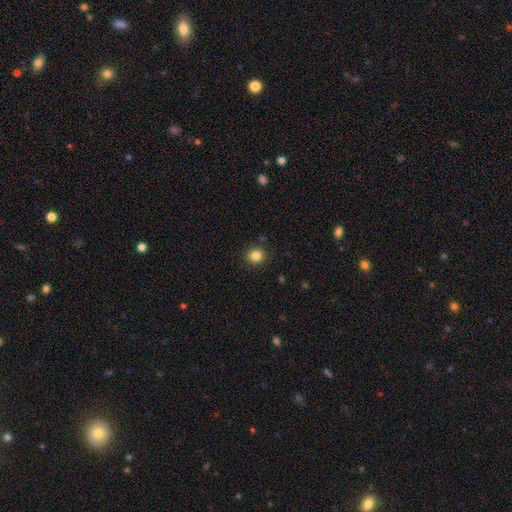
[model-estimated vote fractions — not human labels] A smooth galaxy with no disk features (84%) that is round (90%). Merging: none (90%).